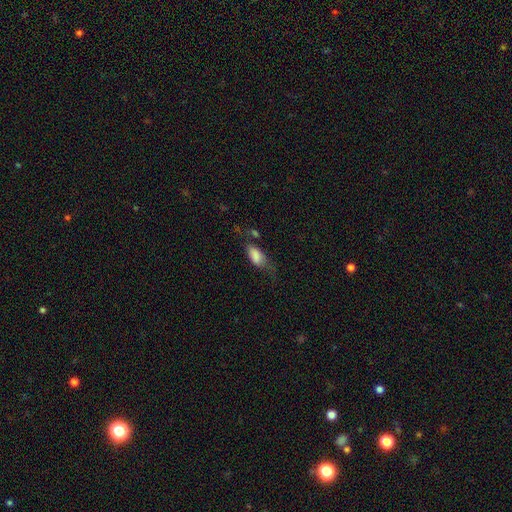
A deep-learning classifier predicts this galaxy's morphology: type=smooth (77%); roundness=in between (85%); merging=none (35%).